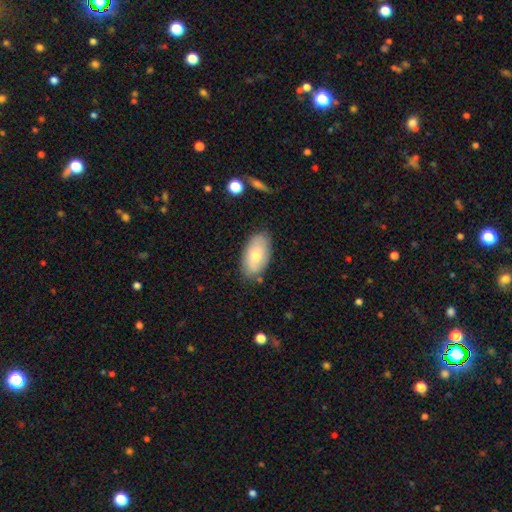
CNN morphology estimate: smooth_or_featured: smooth (p=0.70) [alt: featured or disk p=0.24]
how_rounded: in between (p=0.94) [alt: round p=0.04]
merging: none (p=0.77) [alt: minor disturbance p=0.17]